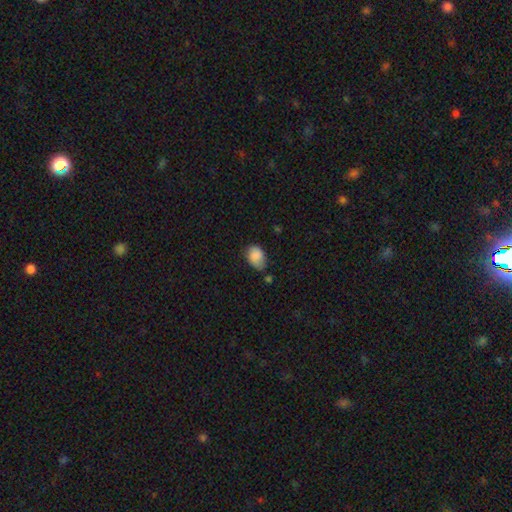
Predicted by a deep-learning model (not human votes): smooth-or-featured: smooth: 86% | star or artifact: 8% | featured or disk: 6%
  how-rounded: in between: 82% | round: 17% | cigar-shaped: 1%
  merging: none: 52% | minor disturbance: 35% | major disturbance: 8% | merger: 5%